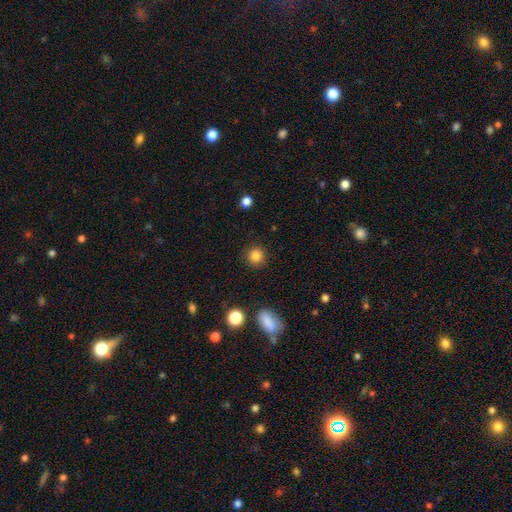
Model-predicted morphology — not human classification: Smooth or featured: smooth — 85% (star or artifact — 11%)
How rounded: round — 92% (in between — 7%)
Merging: none — 89% (minor disturbance — 7%)